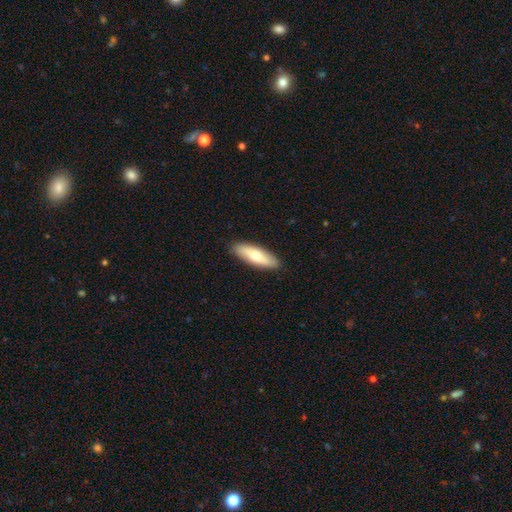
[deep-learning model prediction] smooth_or_featured: smooth (p=0.66) [alt: featured or disk p=0.29]
how_rounded: cigar-shaped (p=0.52) [alt: in between p=0.45]
merging: none (p=0.89) [alt: minor disturbance p=0.08]